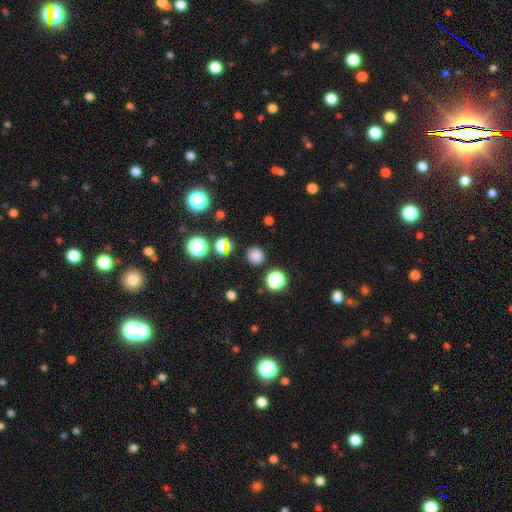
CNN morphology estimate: The model was most divided on "smooth or featured": smooth: 76%, star or artifact: 20%, featured or disk: 5%. More confident: how rounded — round (91%); merging — none (87%).